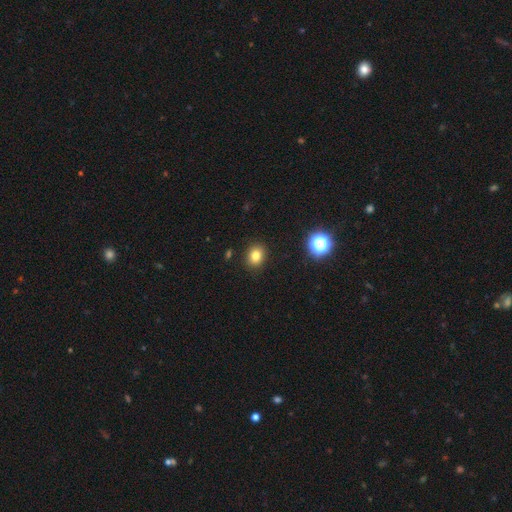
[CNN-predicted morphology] A smooth galaxy with no disk features (80%) that is round (54%). Merging: none (89%).